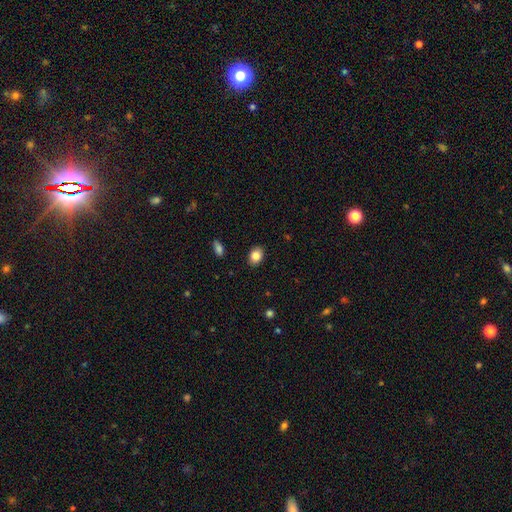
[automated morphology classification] The model was most divided on "how rounded": in between: 71%, round: 28%, cigar-shaped: 1%. More confident: merging — none (88%); smooth or featured — smooth (86%).